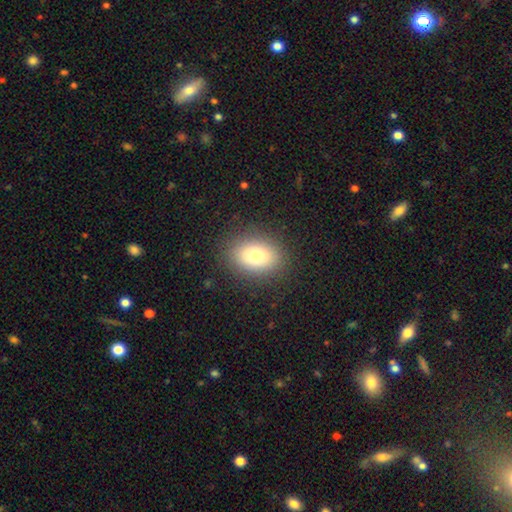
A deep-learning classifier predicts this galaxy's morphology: This is likely a smooth galaxy (78%). How rounded: likely in between (70%). Merging: clearly none (87%).